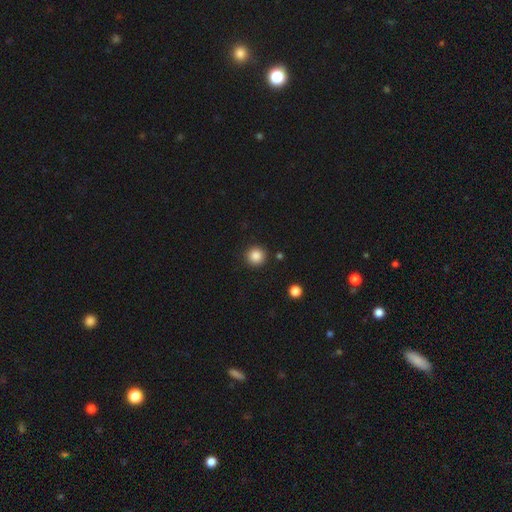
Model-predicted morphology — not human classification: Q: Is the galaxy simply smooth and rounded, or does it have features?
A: smooth — 87%.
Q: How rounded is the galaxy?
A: round — 95%.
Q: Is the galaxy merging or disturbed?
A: none — 91%.